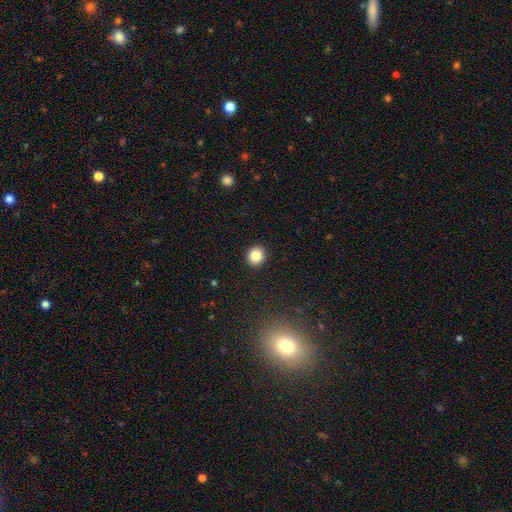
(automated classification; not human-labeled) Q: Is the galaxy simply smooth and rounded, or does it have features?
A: smooth — 84%.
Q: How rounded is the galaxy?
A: round — 83%.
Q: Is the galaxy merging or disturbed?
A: none — 92%.